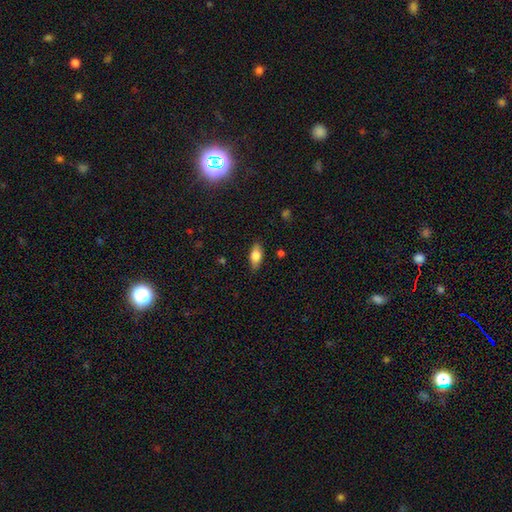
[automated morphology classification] smooth_or_featured: smooth (p=0.77) [alt: featured or disk p=0.16]
how_rounded: in between (p=0.85) [alt: cigar-shaped p=0.12]
merging: none (p=0.85) [alt: minor disturbance p=0.12]